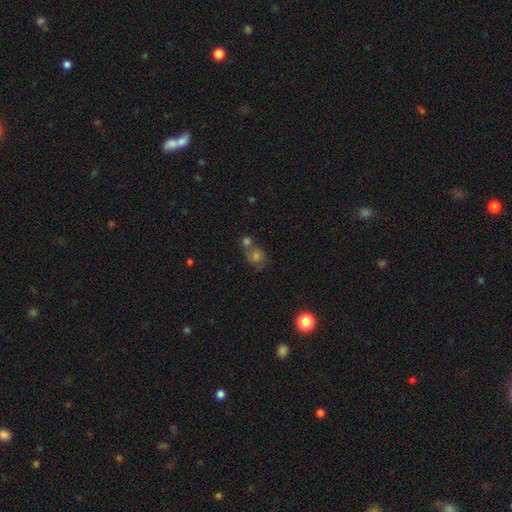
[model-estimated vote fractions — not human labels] Overall: smooth (51%; star or artifact 27%). How rounded: round (71%). Merging: none (49%; merger 32%).